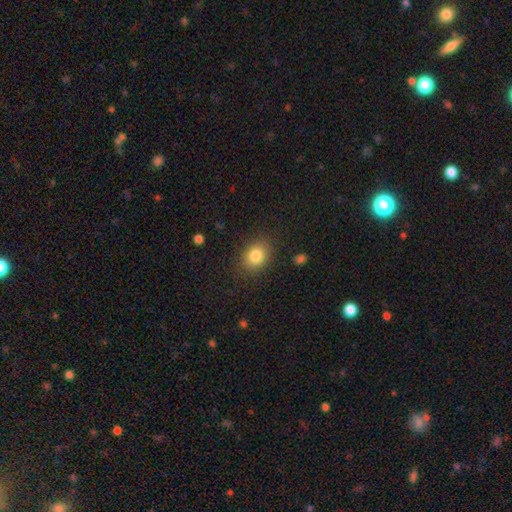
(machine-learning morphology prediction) This appears to be a smooth galaxy with no disk features (83%) that is in between round and cigar-shaped (53%). Merging: none (84%).